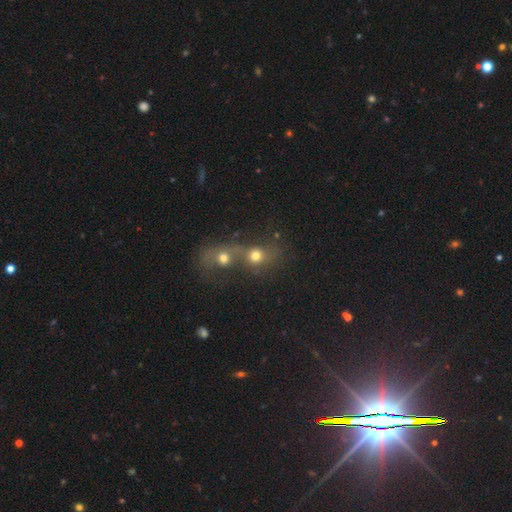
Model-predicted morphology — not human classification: A smooth galaxy with no disk features (67%) that is round (75%).

Vote fractions:
- Smooth or featured? smooth: 67% / star or artifact: 17% / featured or disk: 16%
- How rounded? round: 75% / in between: 24% / cigar-shaped: 2%
- Merging? merger: 72% / none: 17% / major disturbance: 6% / minor disturbance: 5%